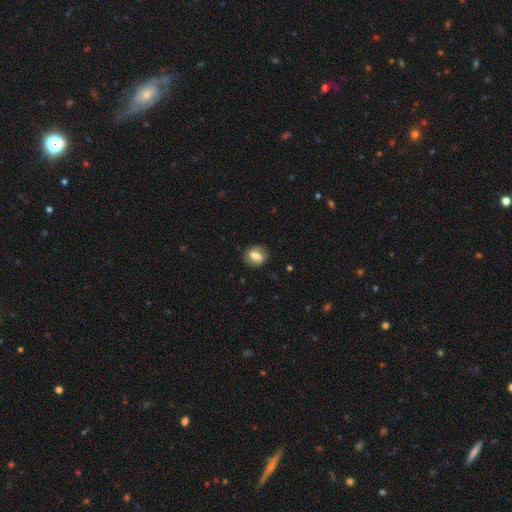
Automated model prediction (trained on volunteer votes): smooth 49%, featured or disk 42%, star or artifact 8%. Down the decision tree: merging — none (79%).